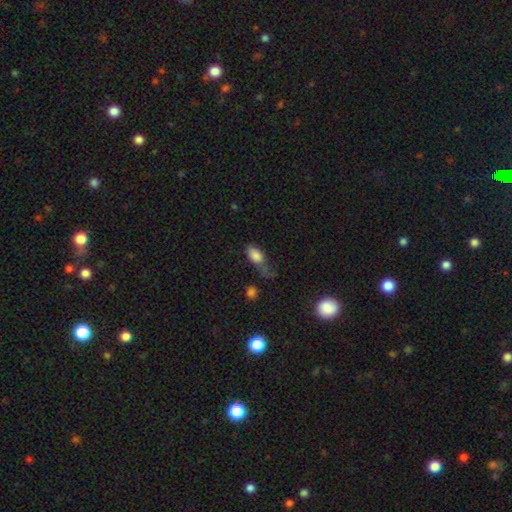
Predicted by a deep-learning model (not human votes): Smooth or featured? smooth (81%)
How rounded? in between (87%)
Merging? major disturbance (32%)